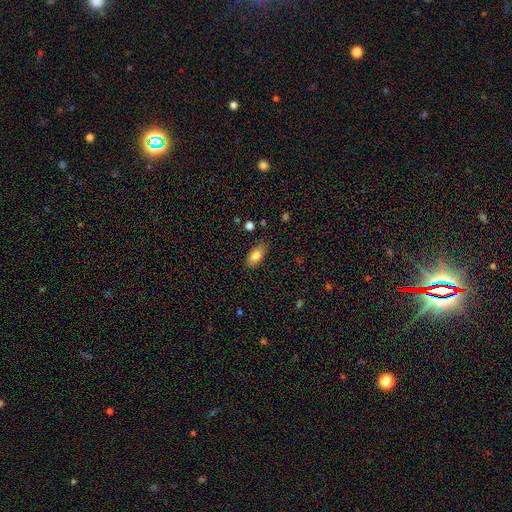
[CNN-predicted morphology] A smooth galaxy with no disk features (82%) that is in between round and cigar-shaped (88%).

Vote fractions:
- Smooth or featured? smooth: 82% / featured or disk: 10% / star or artifact: 8%
- How rounded? in between: 88% / round: 6% / cigar-shaped: 6%
- Merging? none: 77% / minor disturbance: 17% / major disturbance: 4% / merger: 2%